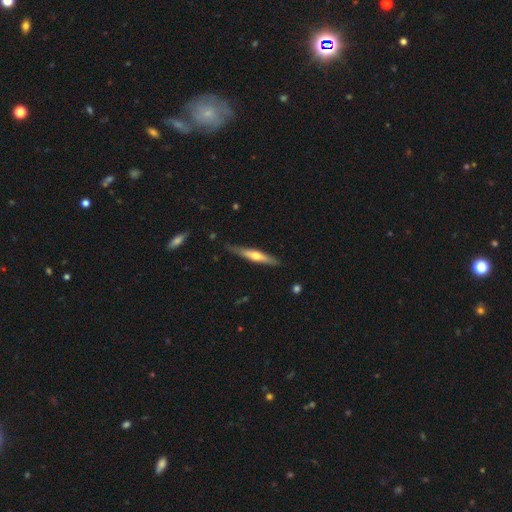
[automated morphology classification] Overall: featured or disk (53%; smooth 42%). Edge-on disk: yes (93%). Merging: none (79%).